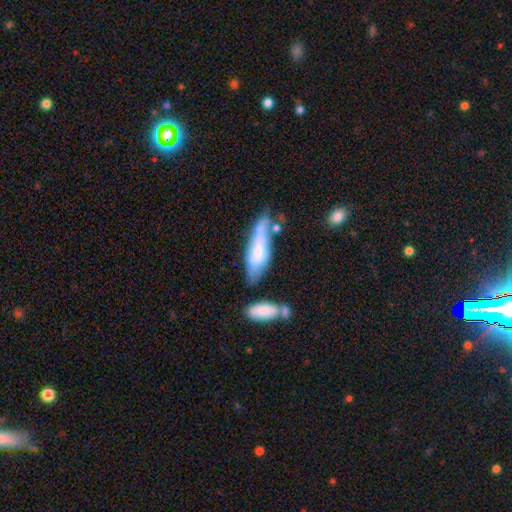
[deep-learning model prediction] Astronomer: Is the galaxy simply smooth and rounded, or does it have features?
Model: smooth — 56% (runner-up: featured or disk, 38%).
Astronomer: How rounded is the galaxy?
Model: cigar-shaped — 49%, tied with in between at 49%.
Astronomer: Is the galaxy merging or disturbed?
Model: none — 41% (runner-up: minor disturbance, 27%).